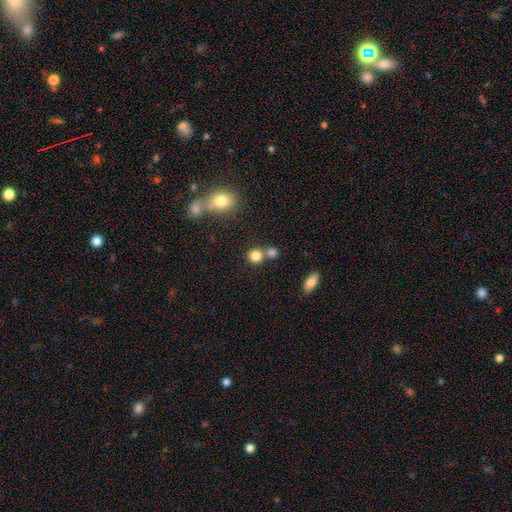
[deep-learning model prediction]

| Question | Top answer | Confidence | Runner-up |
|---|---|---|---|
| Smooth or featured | smooth | 82% | star or artifact (12%) |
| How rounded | round | 86% | in between (13%) |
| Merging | none | 57% | merger (33%) |